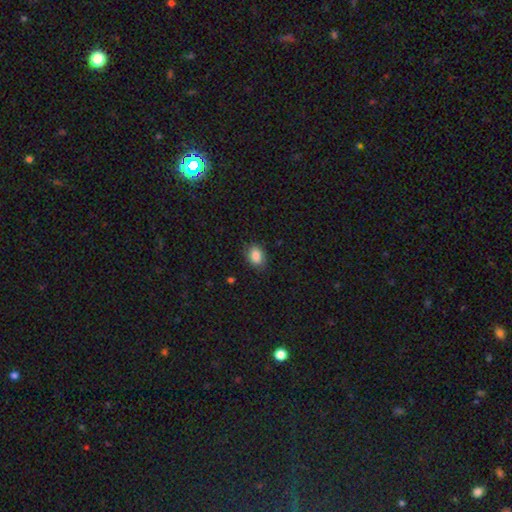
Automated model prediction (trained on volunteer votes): This is clearly a smooth galaxy (86%). How rounded: likely in between (76%). Merging: clearly none (82%).